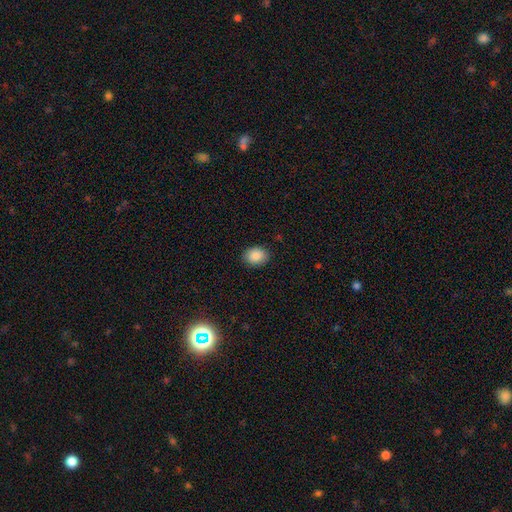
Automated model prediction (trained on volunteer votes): Morphology: type=smooth (89%); roundness=in between (57%); merging=none (88%).